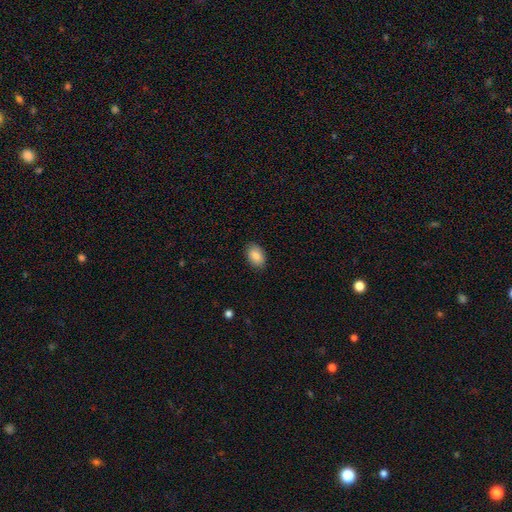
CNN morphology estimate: type=smooth (84%); roundness=in between (86%); merging=none (89%).